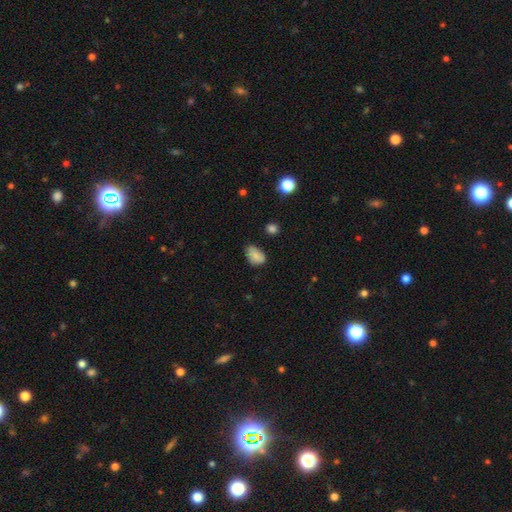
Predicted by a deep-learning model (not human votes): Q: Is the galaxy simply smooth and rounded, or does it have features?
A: smooth — 83%.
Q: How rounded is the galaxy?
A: in between — 86%.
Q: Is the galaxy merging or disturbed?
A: none — 54%.